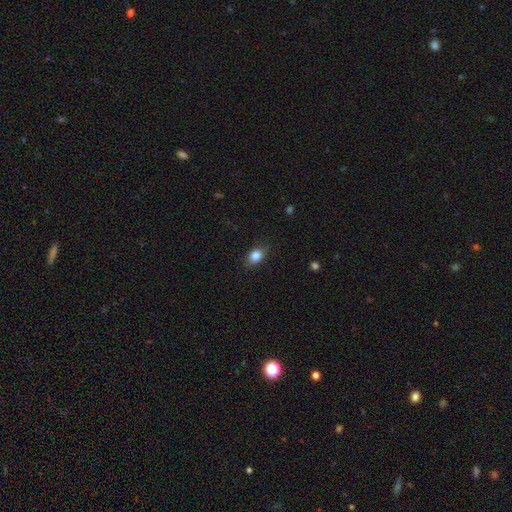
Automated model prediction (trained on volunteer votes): Smooth or featured: smooth — 85% (star or artifact — 9%)
How rounded: in between — 73% (round — 25%)
Merging: none — 83% (minor disturbance — 13%)